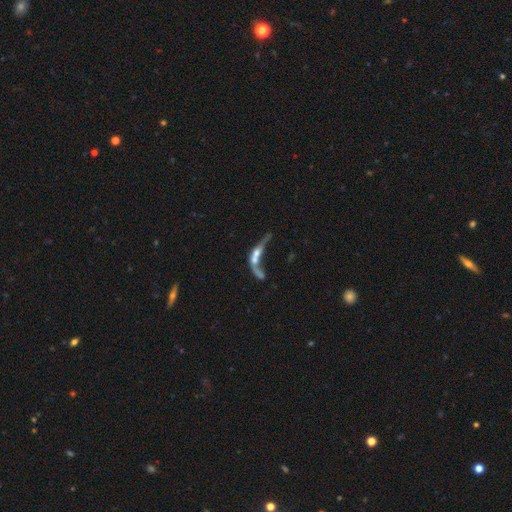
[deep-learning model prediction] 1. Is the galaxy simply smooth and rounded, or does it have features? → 54% featured or disk, 34% smooth, 12% star or artifact.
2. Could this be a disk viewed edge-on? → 69% no, 31% yes.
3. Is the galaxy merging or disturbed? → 59% merger, 22% major disturbance, 13% none, 7% minor disturbance.